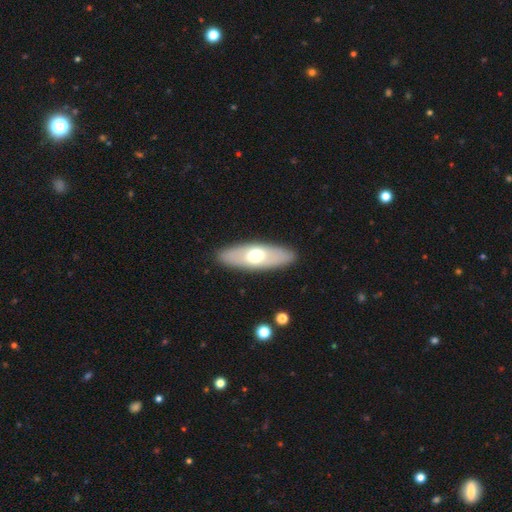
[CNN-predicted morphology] smooth 56%, featured or disk 38%, star or artifact 5%. Down the decision tree: how rounded — in between (66%); merging — none (89%).